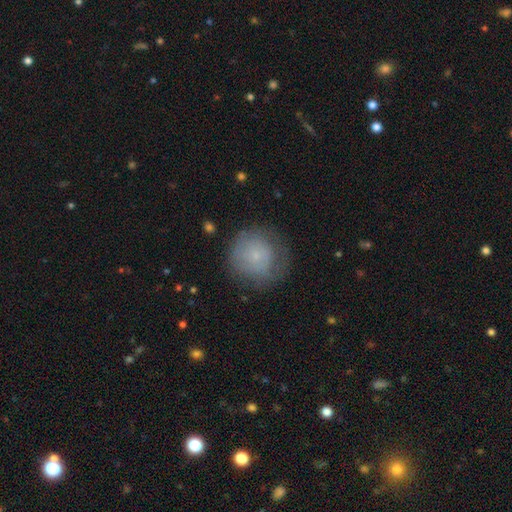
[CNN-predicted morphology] This is likely a smooth galaxy (66%). How rounded: clearly round (92%). Merging: likely none (68%).